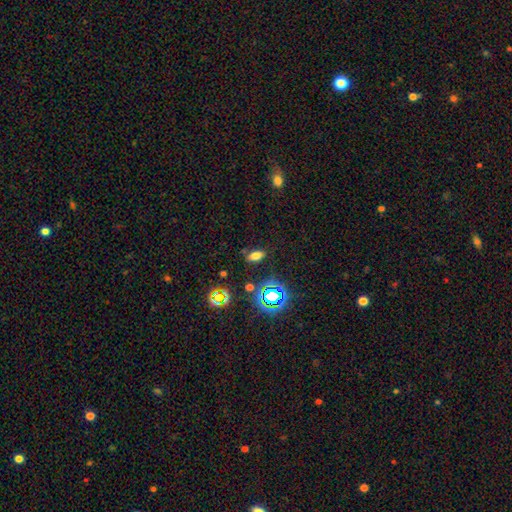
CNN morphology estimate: Smooth or featured: smooth — 67% (star or artifact — 25%)
How rounded: in between — 85% (cigar-shaped — 8%)
Merging: none — 83% (minor disturbance — 10%)